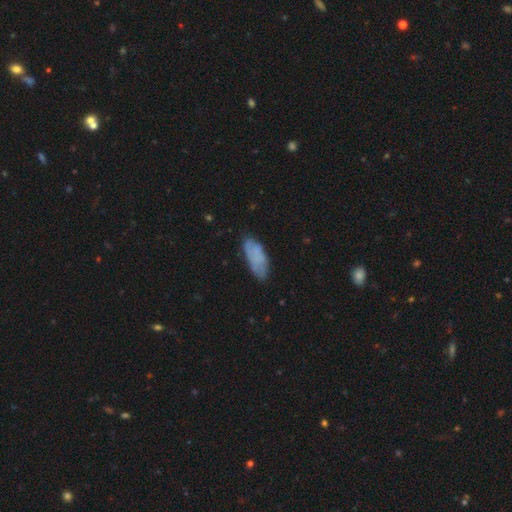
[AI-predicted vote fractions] This appears to be a smooth galaxy with no disk features (63%) that is in between round and cigar-shaped (80%). Merging: none (63%).